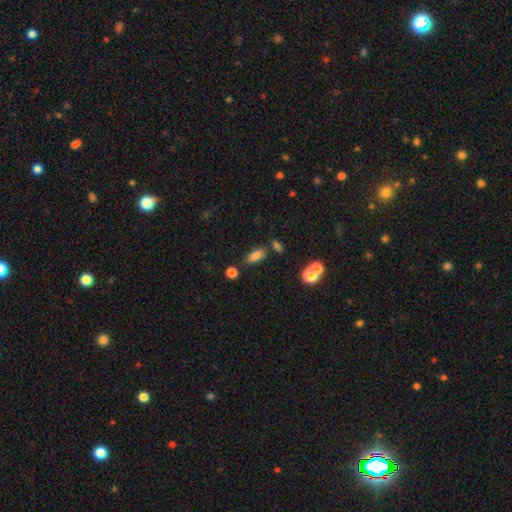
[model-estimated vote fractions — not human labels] Smooth or featured: smooth — 79% (star or artifact — 11%)
How rounded: in between — 77% (cigar-shaped — 19%)
Merging: none — 74% (minor disturbance — 13%)